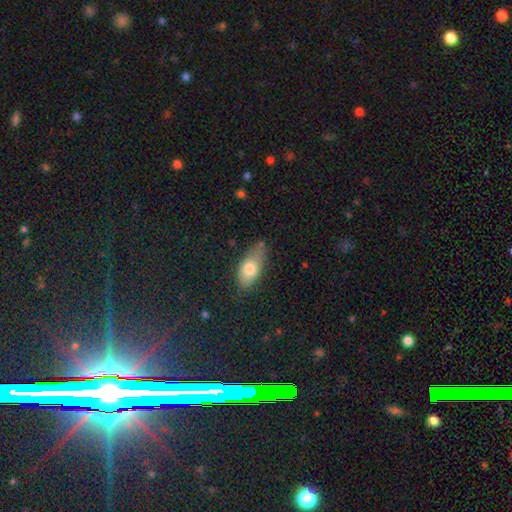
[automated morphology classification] Overall: smooth (76%). How rounded: in between (85%). Merging: none (62%; minor disturbance 28%).